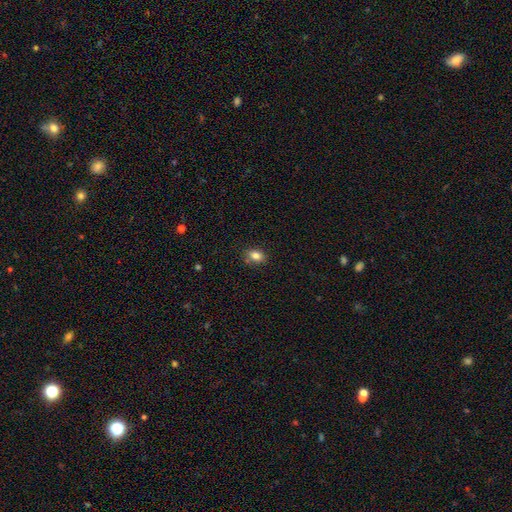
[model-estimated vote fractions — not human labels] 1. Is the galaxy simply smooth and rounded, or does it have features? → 83% smooth, 10% star or artifact, 7% featured or disk.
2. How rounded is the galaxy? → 69% in between, 30% round, 1% cigar-shaped.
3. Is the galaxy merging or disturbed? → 79% none, 13% minor disturbance, 6% merger, 3% major disturbance.